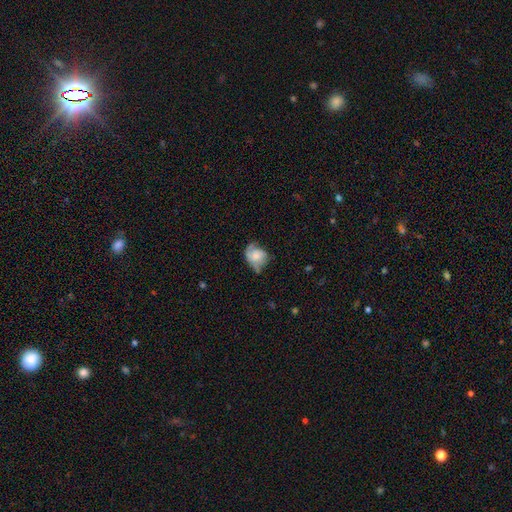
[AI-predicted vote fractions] Q: Smooth or featured?
A: smooth (50%); runner-up: featured or disk (42%)
Q: How rounded?
A: in between (51%); runner-up: round (48%)
Q: Merging?
A: minor disturbance (38%); runner-up: none (37%)